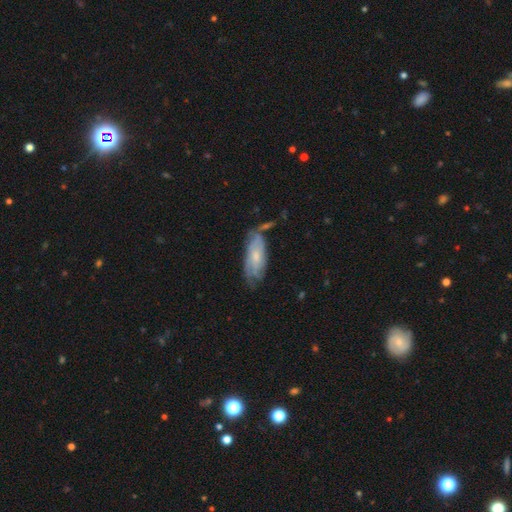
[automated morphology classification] Smooth or featured? Predicted: featured or disk (p=0.56). Edge-on disk? Predicted: no (p=0.86). Merging? Predicted: none (p=0.53).